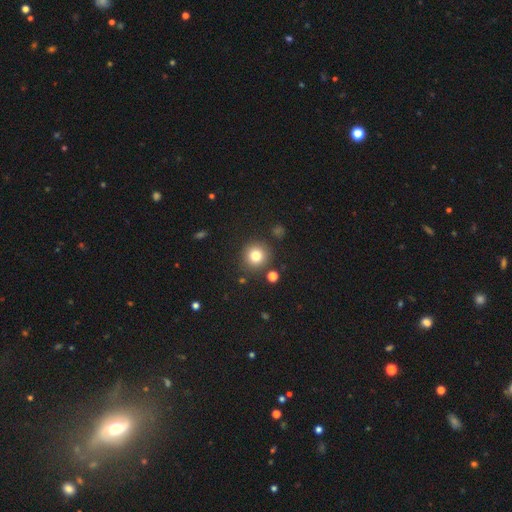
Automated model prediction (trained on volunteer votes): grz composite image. It shows a smooth galaxy with no disk features (80%) that is round (93%). Merging: none (87%).